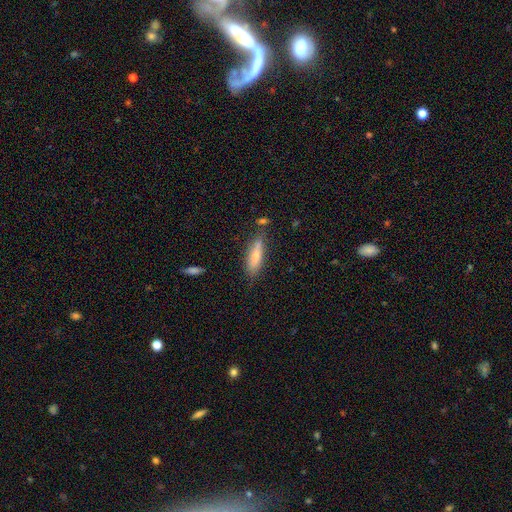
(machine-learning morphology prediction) Q: Smooth or featured?
A: smooth (72%); runner-up: featured or disk (21%)
Q: How rounded?
A: cigar-shaped (62%); runner-up: in between (36%)
Q: Merging?
A: none (69%); runner-up: minor disturbance (20%)